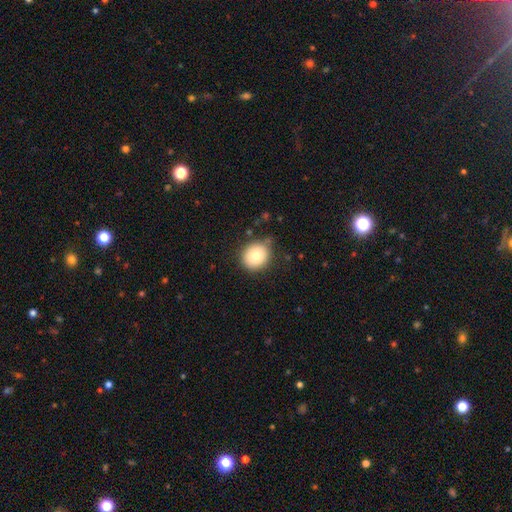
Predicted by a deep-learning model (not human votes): smooth-or-featured: smooth: 82% | star or artifact: 9% | featured or disk: 9%
  how-rounded: round: 78% | in between: 21% | cigar-shaped: 1%
  merging: none: 81% | minor disturbance: 13% | major disturbance: 3% | merger: 2%